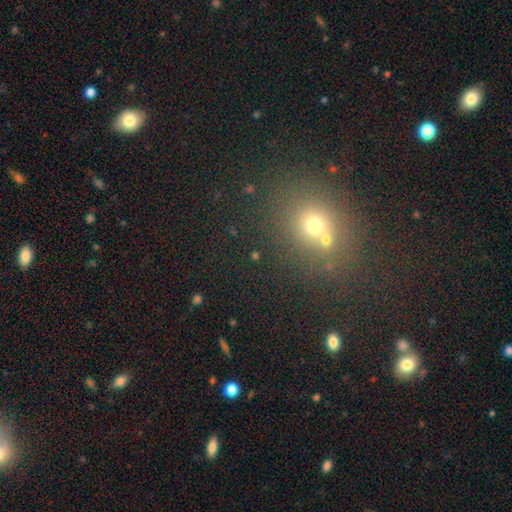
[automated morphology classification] Smooth or featured? smooth (54%)
How rounded? round (76%)
Merging? none (68%)